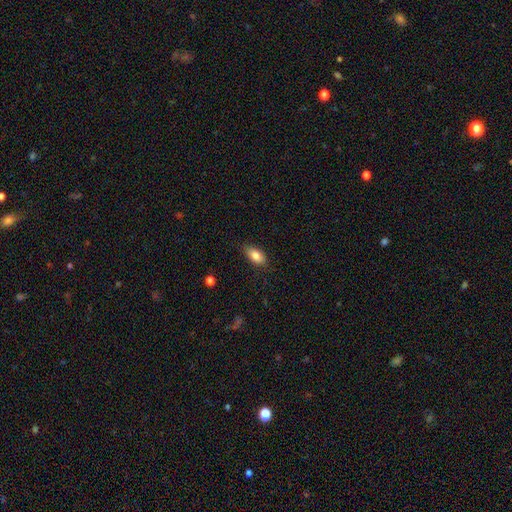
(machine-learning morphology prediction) Q: Smooth or featured?
A: smooth (83%); runner-up: featured or disk (9%)
Q: How rounded?
A: in between (88%); runner-up: cigar-shaped (7%)
Q: Merging?
A: none (83%); runner-up: minor disturbance (14%)